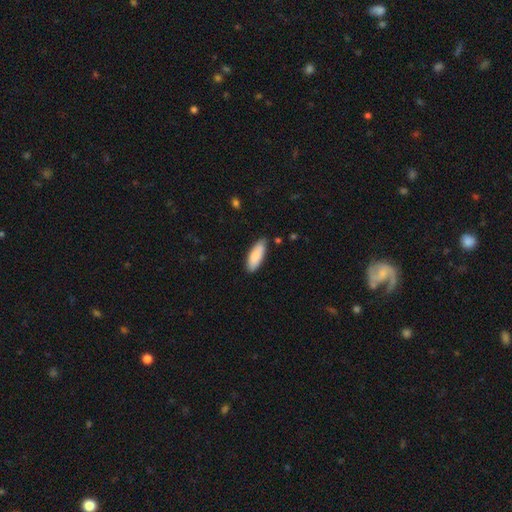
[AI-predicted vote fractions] Smooth or featured?
  - smooth: 85% *
  - featured or disk: 9%
  - star or artifact: 6%
How rounded?
  - in between: 67% *
  - cigar-shaped: 31%
  - round: 2%
Merging?
  - none: 82% *
  - minor disturbance: 14%
  - major disturbance: 2%
  - merger: 2%